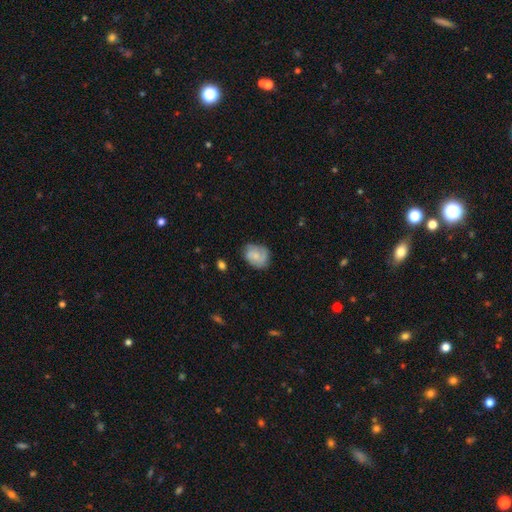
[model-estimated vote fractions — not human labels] smooth_or_featured: smooth (p=0.54) [alt: featured or disk p=0.38]
how_rounded: in between (p=0.52) [alt: round p=0.47]
merging: none (p=0.65) [alt: minor disturbance p=0.25]